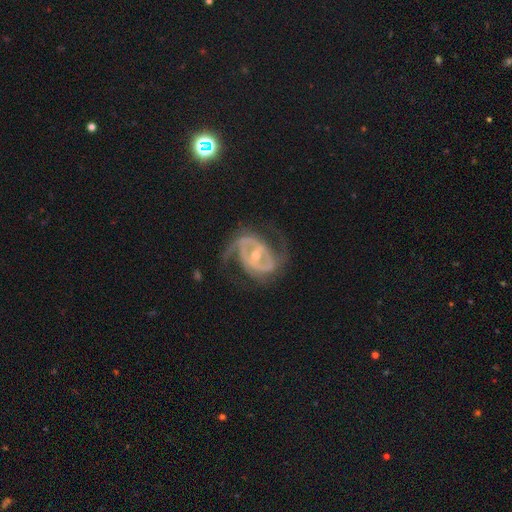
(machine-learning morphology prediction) A featured or disk galaxy (90%) with a strong bar (44%), 2 (75%) medium (48%) spiral arms (93%) and a moderate central bulge (50%). Merging: none (63%).